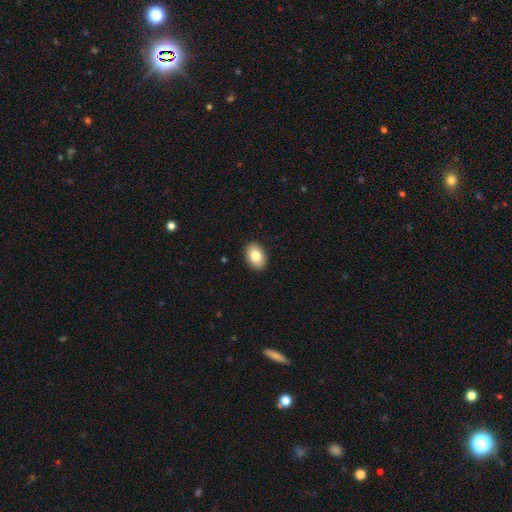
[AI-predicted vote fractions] Smooth or featured?
  - smooth: 83% *
  - featured or disk: 10%
  - star or artifact: 7%
How rounded?
  - in between: 85% *
  - round: 13%
  - cigar-shaped: 1%
Merging?
  - none: 90% *
  - minor disturbance: 7%
  - major disturbance: 2%
  - merger: 1%